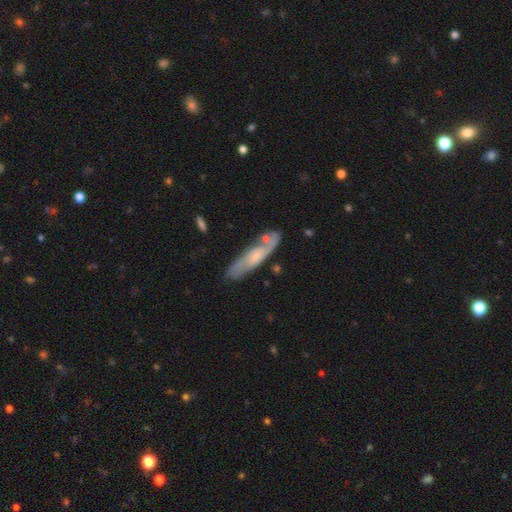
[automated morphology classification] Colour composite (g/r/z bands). It shows a featured or disk galaxy (59%). Merging: none (72%).